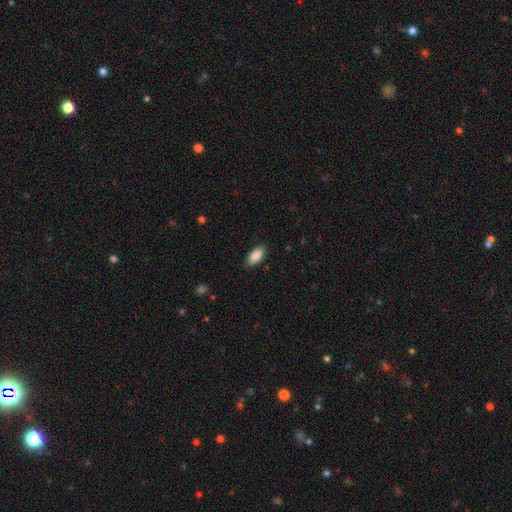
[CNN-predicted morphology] Q: Smooth or featured?
A: smooth (87%); runner-up: star or artifact (6%)
Q: How rounded?
A: in between (89%); runner-up: cigar-shaped (9%)
Q: Merging?
A: none (86%); runner-up: minor disturbance (10%)